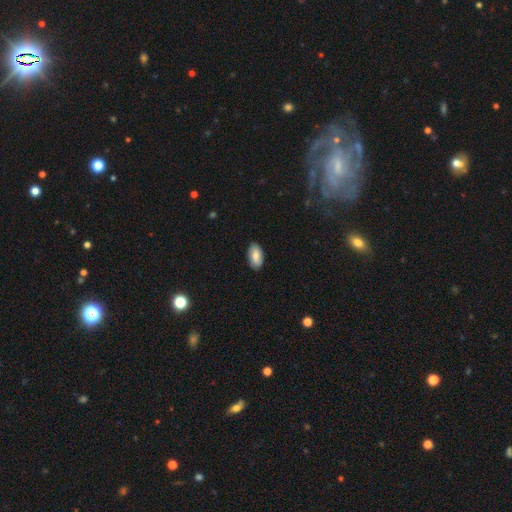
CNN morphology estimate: Smooth or featured?
  - smooth: 73% *
  - featured or disk: 20%
  - star or artifact: 7%
How rounded?
  - in between: 94% *
  - round: 3%
  - cigar-shaped: 3%
Merging?
  - none: 86% *
  - minor disturbance: 11%
  - major disturbance: 2%
  - merger: 1%